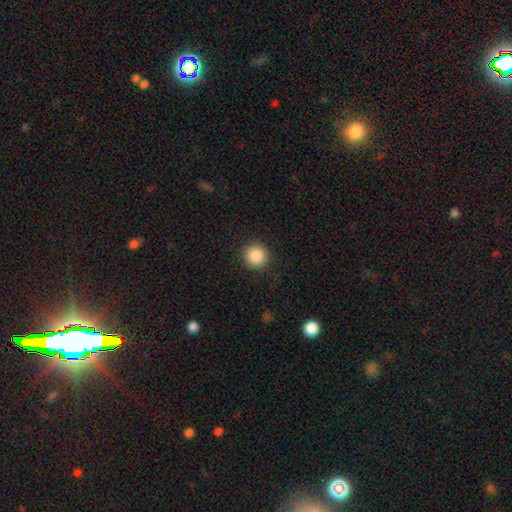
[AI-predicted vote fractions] A smooth galaxy with no disk features (87%) that is round (95%). Merging: none (90%).